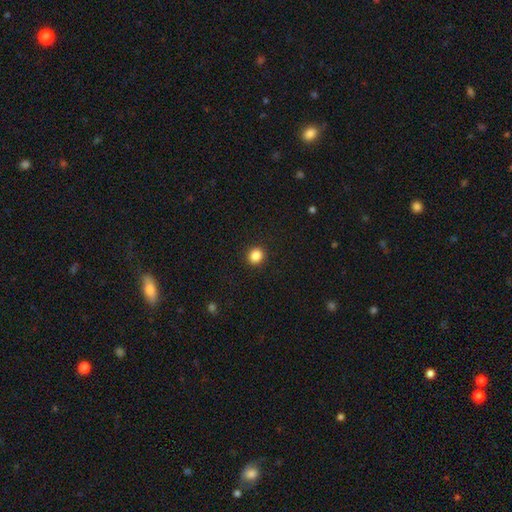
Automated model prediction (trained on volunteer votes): A smooth galaxy with no disk features (86%) that is round (88%). Merging: none (92%).